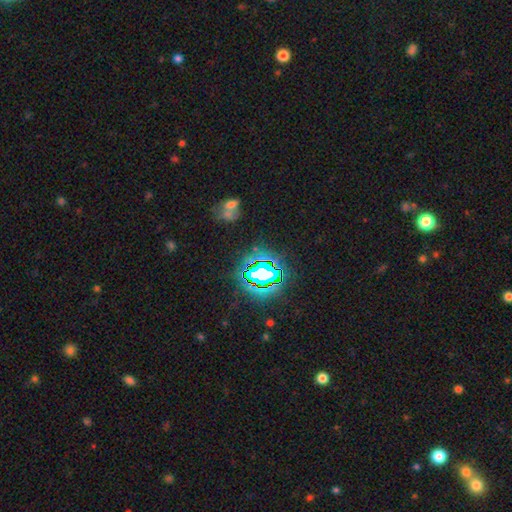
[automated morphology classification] Smooth or featured? Predicted: star or artifact (p=0.80).